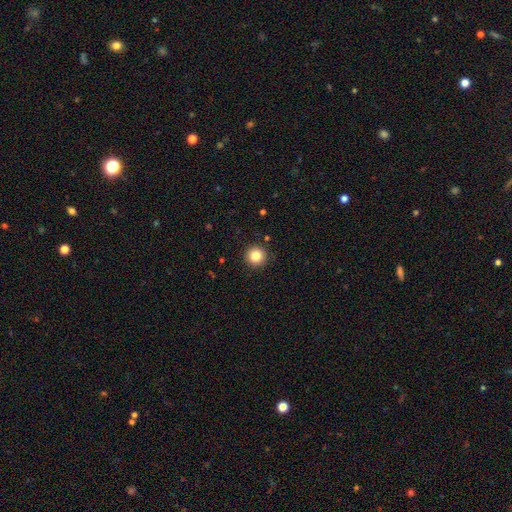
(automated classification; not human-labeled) A smooth galaxy with no disk features (83%) that is round (96%).

Vote fractions:
- Smooth or featured? smooth: 83% / star or artifact: 11% / featured or disk: 6%
- How rounded? round: 96% / in between: 3% / cigar-shaped: 1%
- Merging? none: 92% / minor disturbance: 5% / major disturbance: 2% / merger: 1%